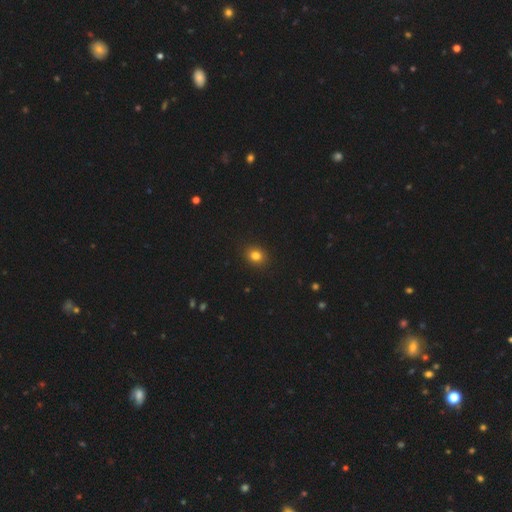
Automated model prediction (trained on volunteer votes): This appears to be a smooth galaxy with no disk features (81%) that is round (64%). Merging: none (91%).